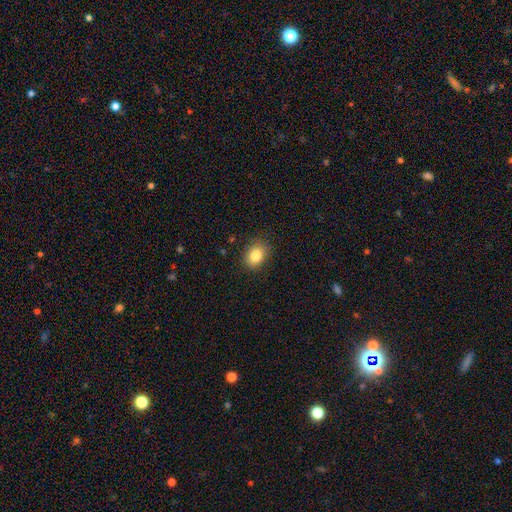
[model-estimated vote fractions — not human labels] The model was most divided on "how rounded": in between: 60%, round: 39%, cigar-shaped: 1%. More confident: merging — none (85%); smooth or featured — smooth (84%).